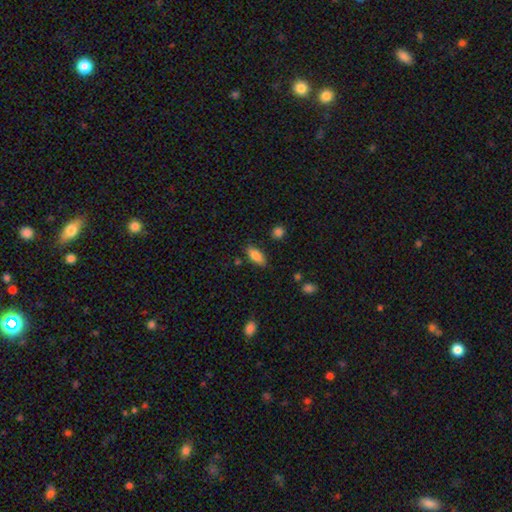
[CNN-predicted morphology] Smooth or featured: smooth — 85% (featured or disk — 8%)
How rounded: in between — 83% (cigar-shaped — 15%)
Merging: none — 81% (minor disturbance — 13%)